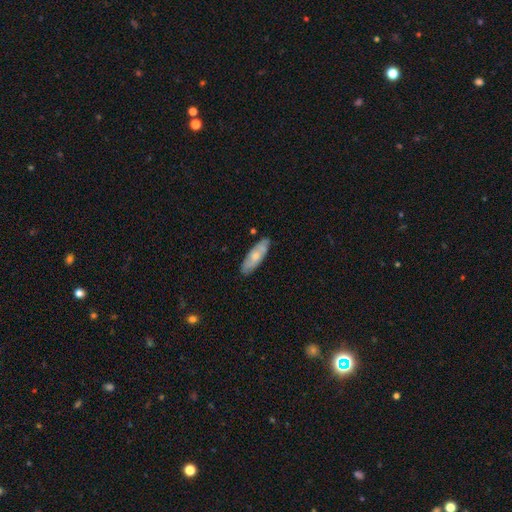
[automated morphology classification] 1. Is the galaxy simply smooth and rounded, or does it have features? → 54% smooth, 40% featured or disk, 6% star or artifact.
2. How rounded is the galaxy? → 55% in between, 43% cigar-shaped, 2% round.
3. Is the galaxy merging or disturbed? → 83% none, 13% minor disturbance, 2% major disturbance, 2% merger.